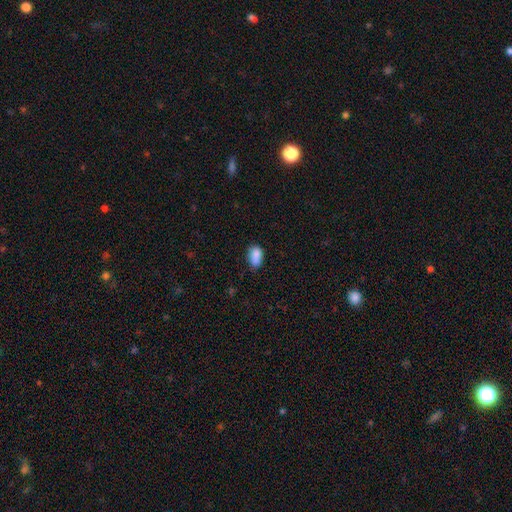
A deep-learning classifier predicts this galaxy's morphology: Smooth or featured? smooth (85%)
How rounded? in between (88%)
Merging? none (62%)